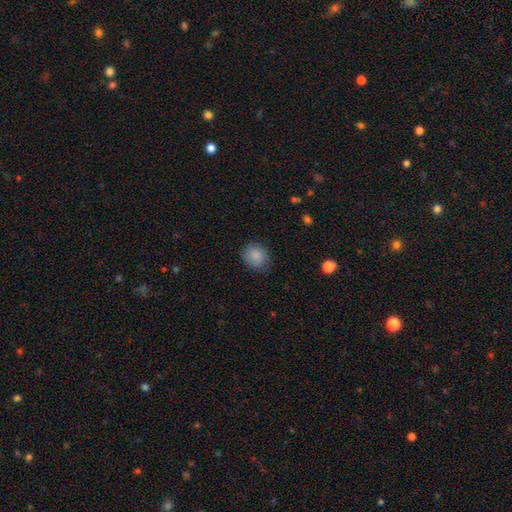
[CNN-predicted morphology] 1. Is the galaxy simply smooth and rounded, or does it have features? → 87% smooth, 8% star or artifact, 5% featured or disk.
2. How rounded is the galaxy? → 76% round, 23% in between, 1% cigar-shaped.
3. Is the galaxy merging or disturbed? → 81% none, 15% minor disturbance, 4% major disturbance, 1% merger.